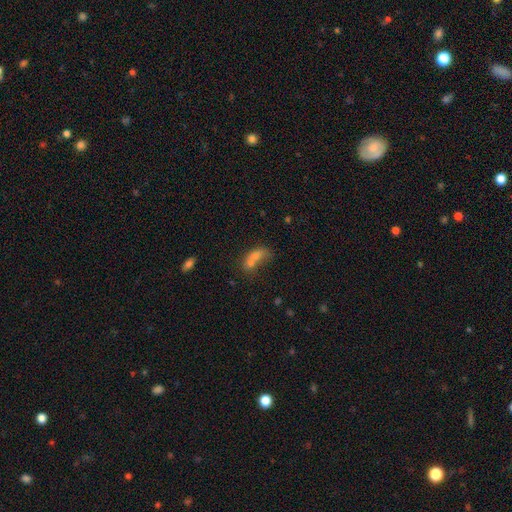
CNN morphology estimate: Q: Smooth or featured?
A: smooth (66%); runner-up: featured or disk (18%)
Q: How rounded?
A: in between (72%); runner-up: cigar-shaped (16%)
Q: Merging?
A: merger (46%); runner-up: none (28%)